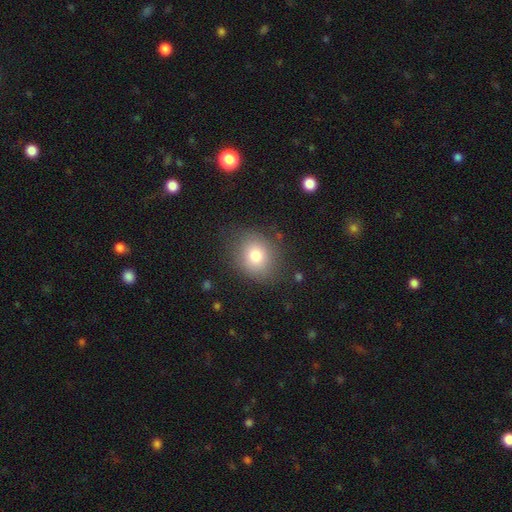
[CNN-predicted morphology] This appears to be a smooth galaxy with no disk features (78%) that is round (68%). Merging: none (80%).